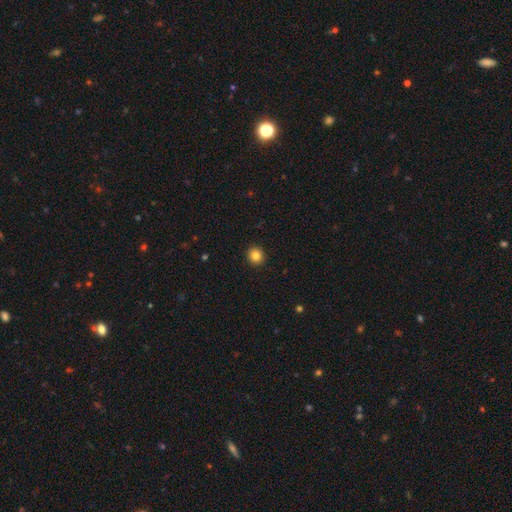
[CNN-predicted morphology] smooth_or_featured: smooth (p=0.83) [alt: star or artifact p=0.11]
how_rounded: round (p=0.92) [alt: in between p=0.07]
merging: none (p=0.93) [alt: minor disturbance p=0.04]